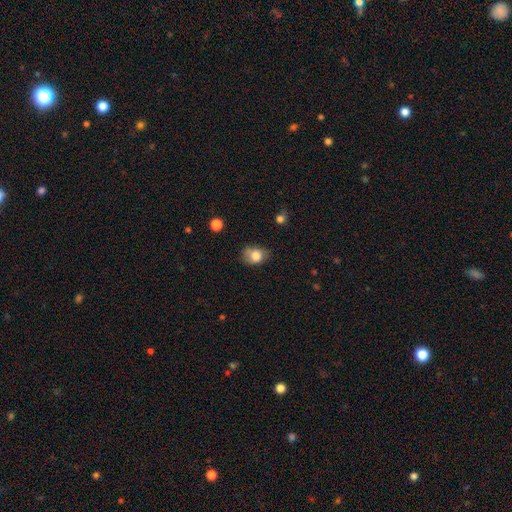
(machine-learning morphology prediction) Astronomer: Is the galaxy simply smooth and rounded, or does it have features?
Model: smooth — 79%.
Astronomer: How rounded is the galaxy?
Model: in between — 64%.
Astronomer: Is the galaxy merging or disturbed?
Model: none — 54% (runner-up: minor disturbance, 33%).